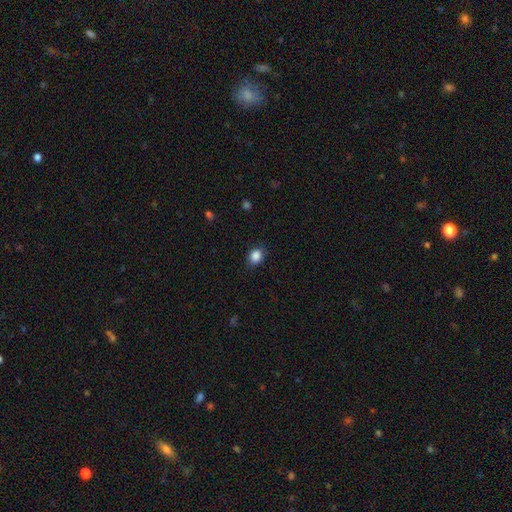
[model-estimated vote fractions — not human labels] This is clearly a smooth galaxy (87%). How rounded: possibly round (58%). Merging: clearly none (83%).